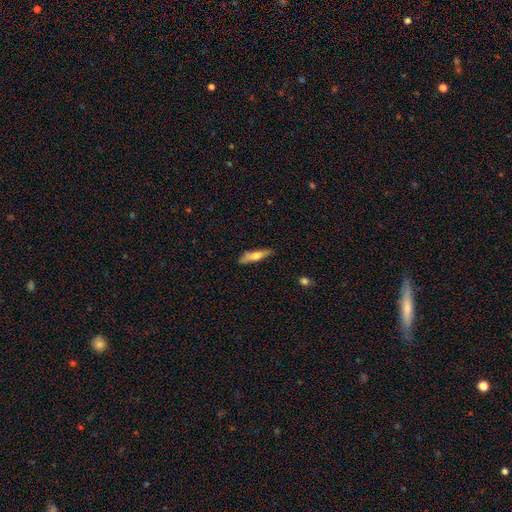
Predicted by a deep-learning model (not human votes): This appears to be a smooth galaxy with no disk features (56%) that is cigar-shaped (80%). Merging: none (82%).